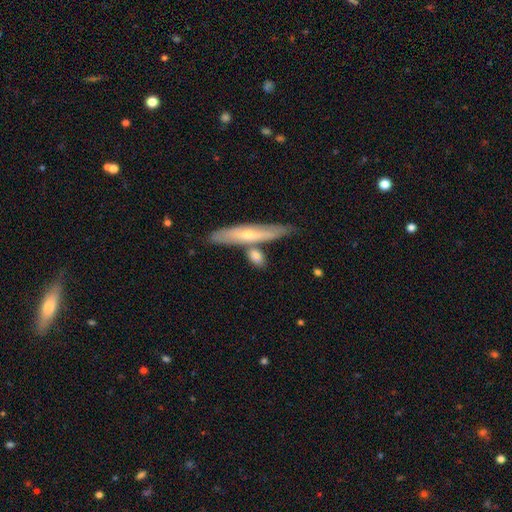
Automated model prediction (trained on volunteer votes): A smooth galaxy with no disk features (64%) that is cigar-shaped (55%).

Vote fractions:
- Smooth or featured? smooth: 64% / featured or disk: 31% / star or artifact: 5%
- How rounded? cigar-shaped: 55% / in between: 35% / round: 9%
- Merging? none: 61% / merger: 23% / minor disturbance: 13% / major disturbance: 4%